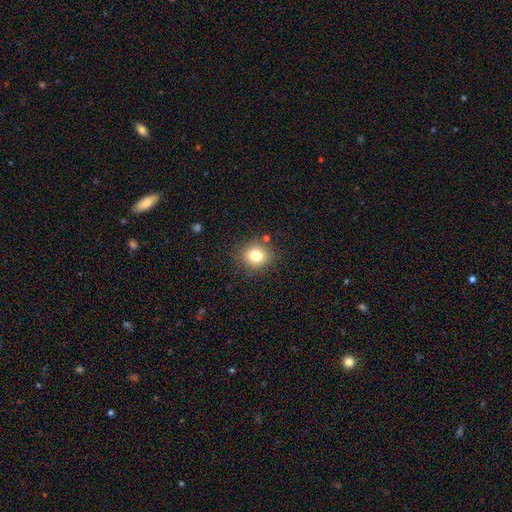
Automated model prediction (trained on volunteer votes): Morphology: type=smooth (79%); roundness=round (79%); merging=none (85%).